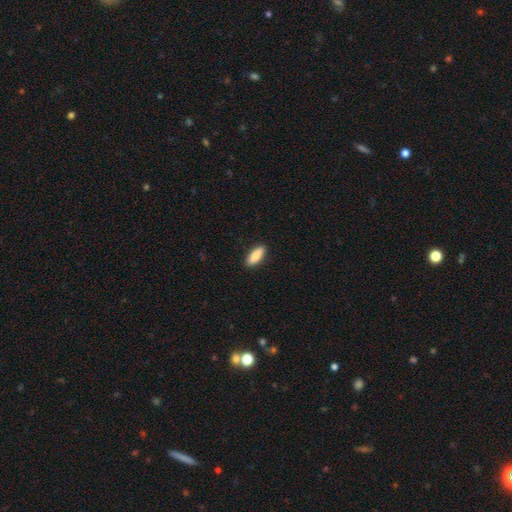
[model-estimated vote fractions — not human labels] Smooth or featured?
  - smooth: 84% *
  - featured or disk: 10%
  - star or artifact: 6%
How rounded?
  - in between: 70% *
  - cigar-shaped: 28%
  - round: 2%
Merging?
  - none: 90% *
  - minor disturbance: 7%
  - major disturbance: 2%
  - merger: 1%